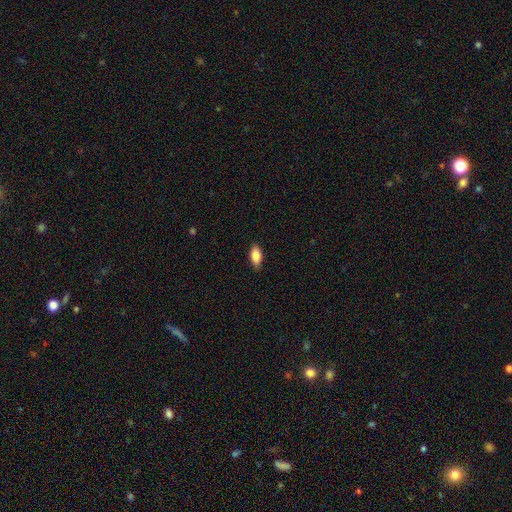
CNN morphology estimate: Q: Smooth or featured?
A: smooth (86%); runner-up: featured or disk (8%)
Q: How rounded?
A: in between (89%); runner-up: cigar-shaped (7%)
Q: Merging?
A: none (86%); runner-up: minor disturbance (11%)